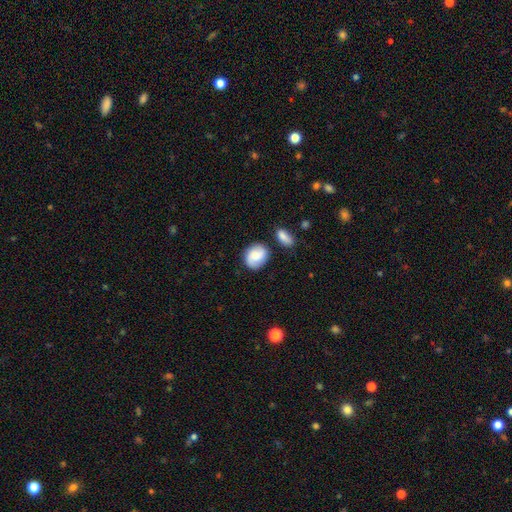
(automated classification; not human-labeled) Morphology: type=smooth (59%); roundness=round (59%); merging=none (72%).